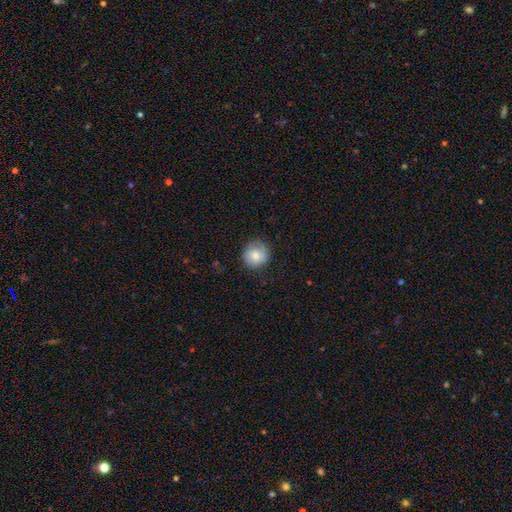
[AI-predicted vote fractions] smooth-or-featured: smooth: 73% | featured or disk: 19% | star or artifact: 8%
  how-rounded: round: 89% | in between: 10% | cigar-shaped: 1%
  merging: none: 79% | minor disturbance: 16% | major disturbance: 4% | merger: 1%